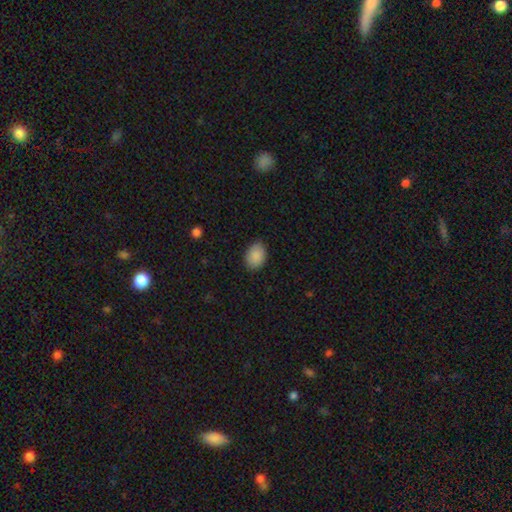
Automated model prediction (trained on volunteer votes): Smooth or featured?
  - smooth: 89% *
  - star or artifact: 7%
  - featured or disk: 4%
How rounded?
  - in between: 74% *
  - round: 25%
  - cigar-shaped: 1%
Merging?
  - none: 85% *
  - minor disturbance: 12%
  - major disturbance: 2%
  - merger: 1%